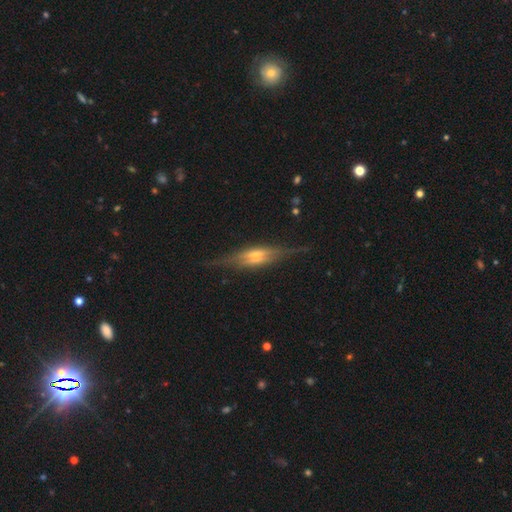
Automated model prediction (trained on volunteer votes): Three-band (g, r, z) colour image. It shows a featured or disk galaxy (77%) viewed edge-on (93%) with a rounded central bulge (73%). Merging: none (79%).